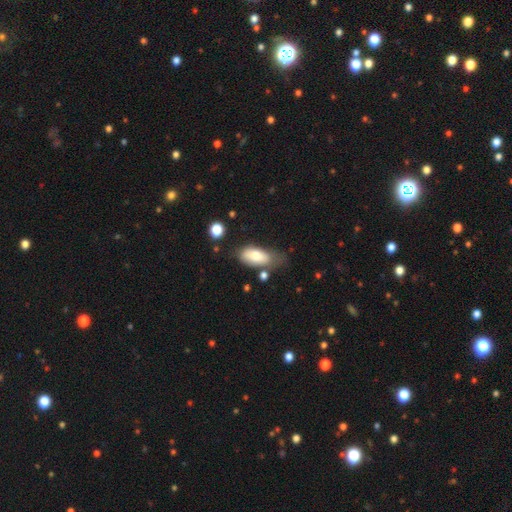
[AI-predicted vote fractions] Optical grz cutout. It shows a smooth galaxy with no disk features (74%) that is in between round and cigar-shaped (88%). Merging: none (42%).